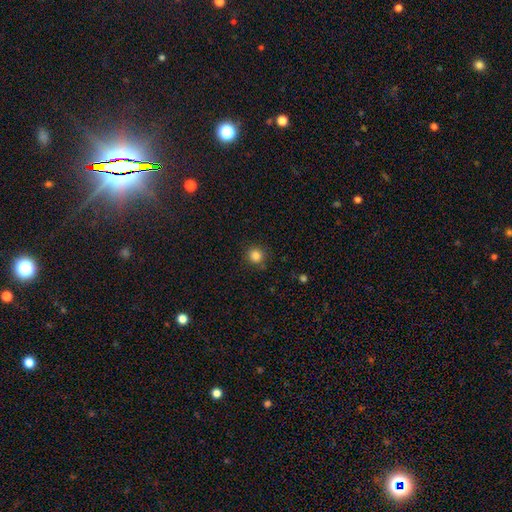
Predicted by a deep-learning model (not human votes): This is clearly a smooth galaxy (84%). How rounded: clearly round (93%). Merging: clearly none (88%).